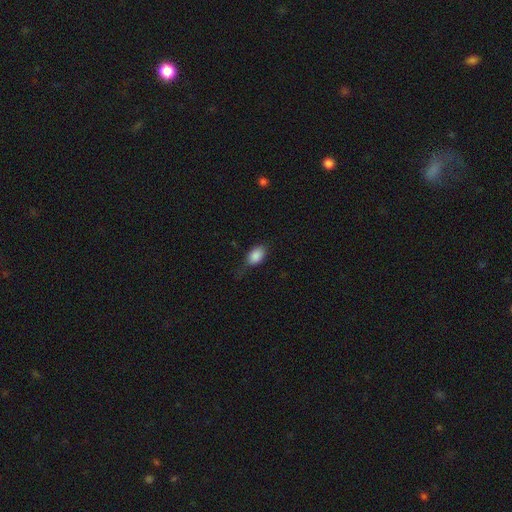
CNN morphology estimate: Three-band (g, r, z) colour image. It shows a smooth galaxy with no disk features (86%) that is in between round and cigar-shaped (86%). Merging: none (60%).